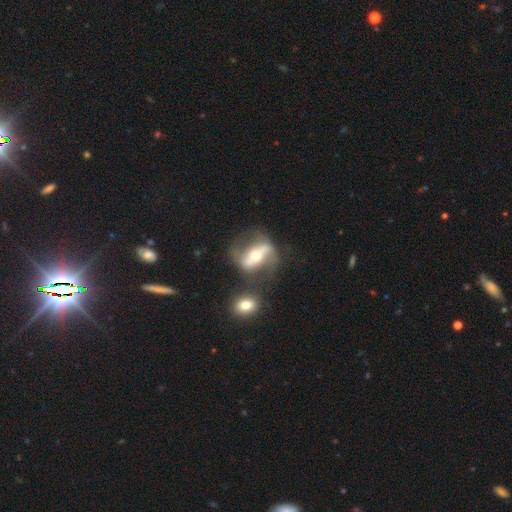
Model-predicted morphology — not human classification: smooth_or_featured: featured or disk (p=0.79) [alt: smooth p=0.15]
disk_edge_on: no (p=0.86) [alt: yes p=0.14]
bar: strong (p=0.63) [alt: weak p=0.20]
has_spiral_arms: yes (p=0.77) [alt: no p=0.23]
spiral_winding: loose (p=0.60) [alt: medium p=0.30]
spiral_arm_count: 2 (p=0.89) [alt: can't tell p=0.06]
bulge_size: moderate (p=0.67) [alt: small p=0.24]
merging: none (p=0.56) [alt: minor disturbance p=0.16]